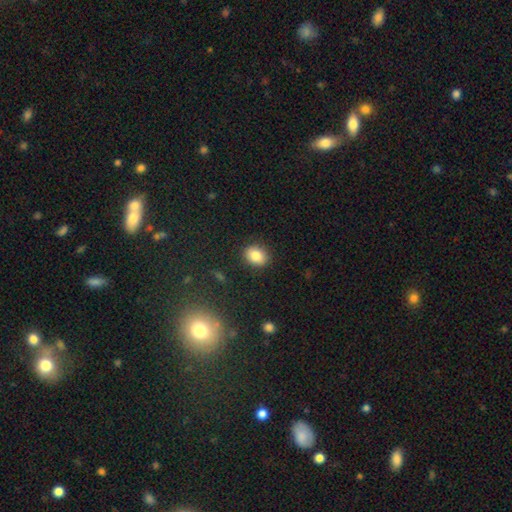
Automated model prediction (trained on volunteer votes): A smooth galaxy with no disk features (84%) that is in between round and cigar-shaped (53%).

Vote fractions:
- Smooth or featured? smooth: 84% / star or artifact: 10% / featured or disk: 7%
- How rounded? in between: 53% / round: 46% / cigar-shaped: 1%
- Merging? none: 87% / minor disturbance: 9% / major disturbance: 2% / merger: 1%